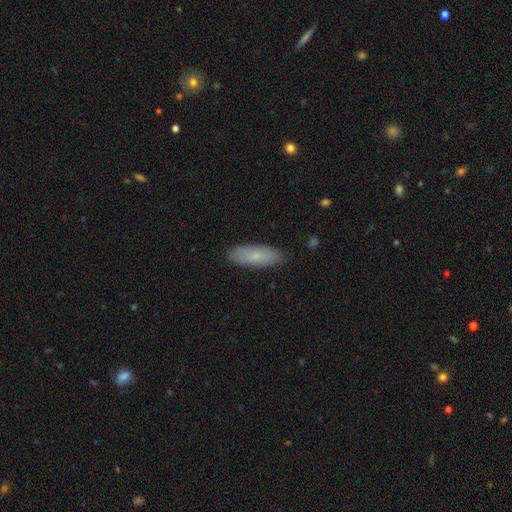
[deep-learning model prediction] Morphology: type=smooth (76%); roundness=in between (54%); merging=none (88%).